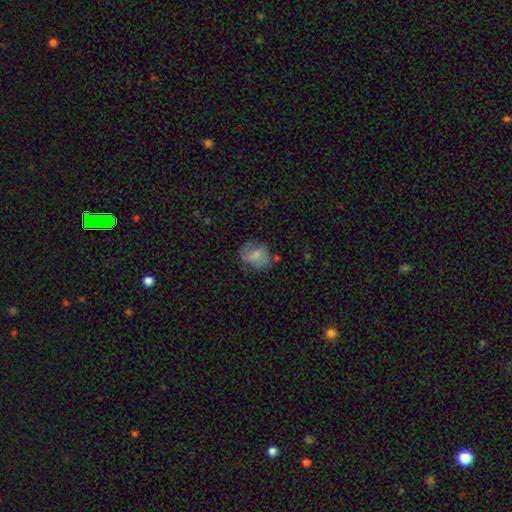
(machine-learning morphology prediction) type=featured or disk (49%); merging=none (55%).